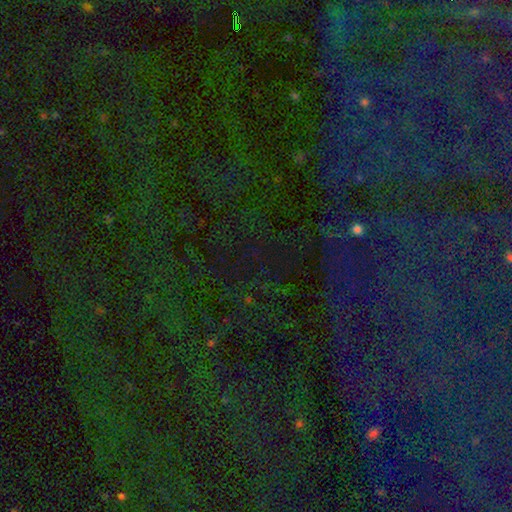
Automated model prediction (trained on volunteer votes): This is likely a star or artifact rather than a galaxy (75%).